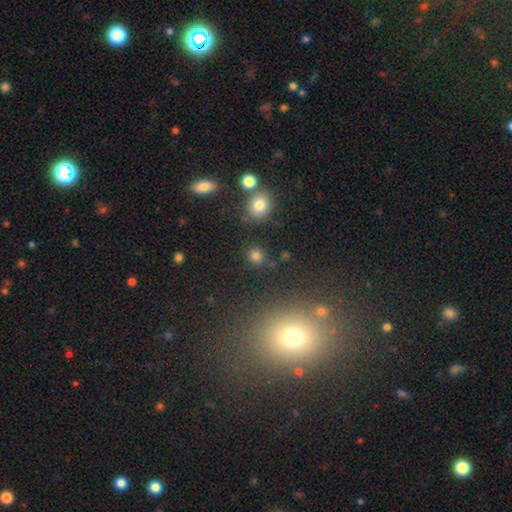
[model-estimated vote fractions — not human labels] Morphology: type=smooth (79%); roundness=round (88%); merging=none (84%).